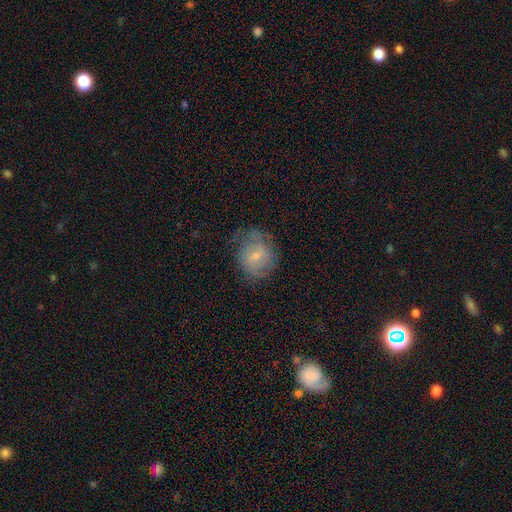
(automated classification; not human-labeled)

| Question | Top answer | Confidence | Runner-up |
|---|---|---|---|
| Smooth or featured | smooth | 48% | featured or disk (44%) |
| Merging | none | 60% | minor disturbance (26%) |